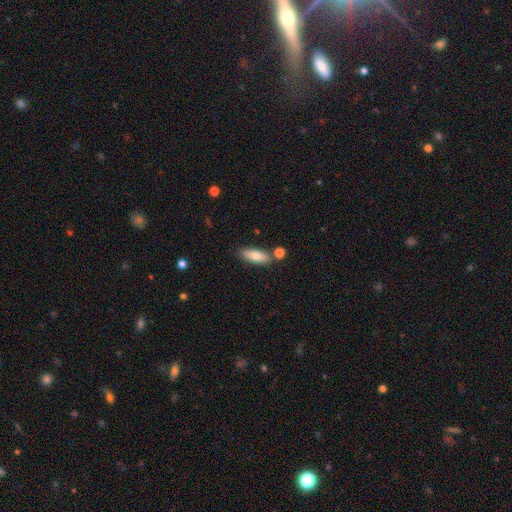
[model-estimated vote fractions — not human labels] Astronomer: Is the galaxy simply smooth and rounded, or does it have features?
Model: smooth — 78%.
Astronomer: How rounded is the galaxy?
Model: in between — 69%.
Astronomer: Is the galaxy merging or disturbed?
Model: none — 78%.